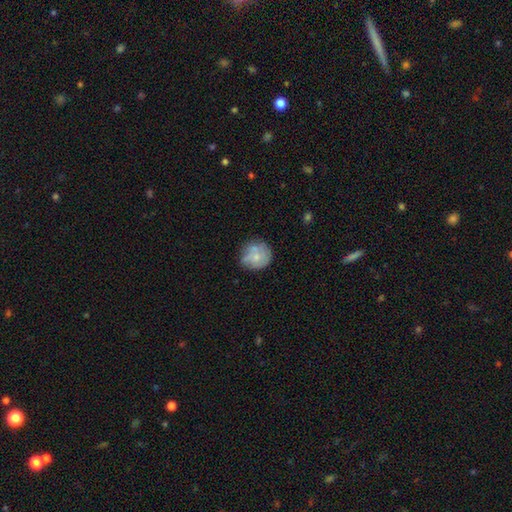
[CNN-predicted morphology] Smooth or featured?
  - smooth: 61% *
  - featured or disk: 31%
  - star or artifact: 8%
How rounded?
  - round: 86% *
  - in between: 13%
  - cigar-shaped: 1%
Merging?
  - none: 60% *
  - minor disturbance: 26%
  - major disturbance: 8%
  - merger: 6%